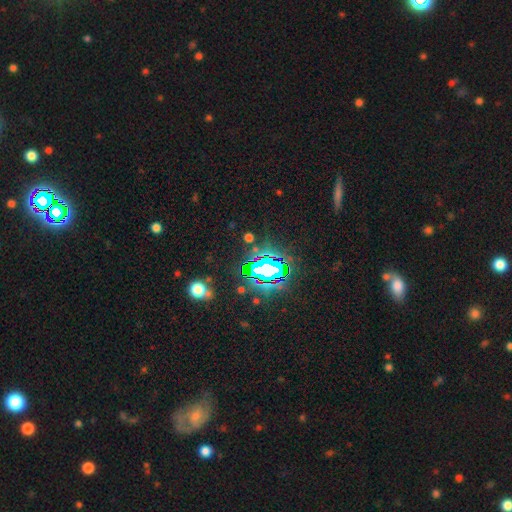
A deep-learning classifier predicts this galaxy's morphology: smooth_or_featured: star or artifact (p=0.80) [alt: smooth p=0.11]